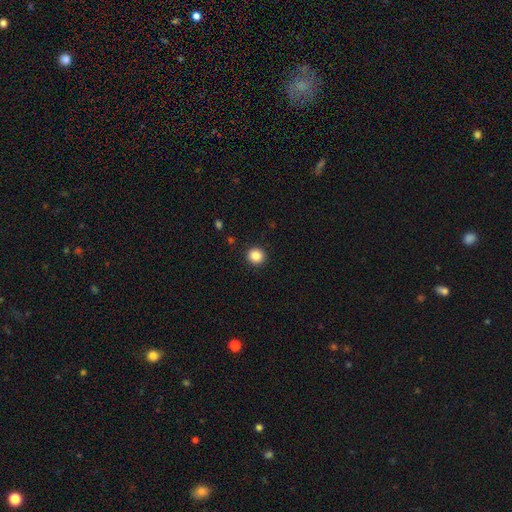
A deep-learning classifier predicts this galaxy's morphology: Q: Smooth or featured?
A: smooth (87%); runner-up: star or artifact (10%)
Q: How rounded?
A: round (91%); runner-up: in between (8%)
Q: Merging?
A: none (92%); runner-up: minor disturbance (5%)